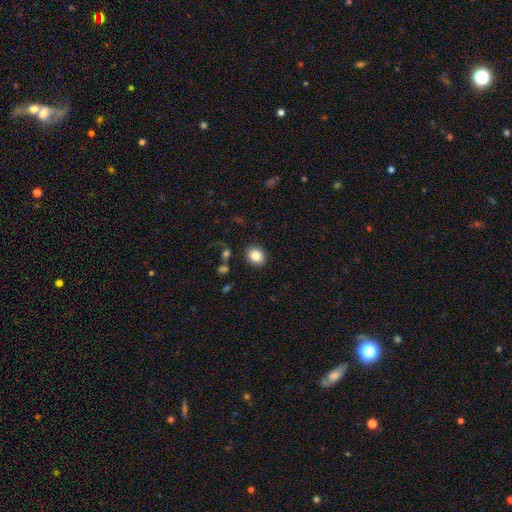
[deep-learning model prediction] Overall: smooth (84%). How rounded: round (59%; in between 40%). Merging: none (88%).